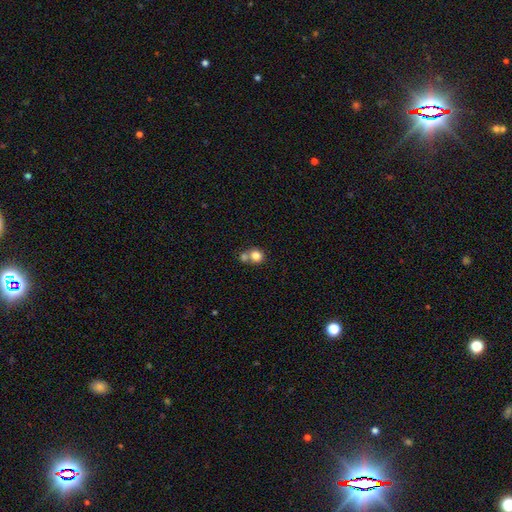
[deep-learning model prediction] Smooth or featured?
  - smooth: 81% *
  - star or artifact: 10%
  - featured or disk: 9%
How rounded?
  - round: 83% *
  - in between: 16%
  - cigar-shaped: 1%
Merging?
  - merger: 46% *
  - none: 44%
  - minor disturbance: 7%
  - major disturbance: 3%